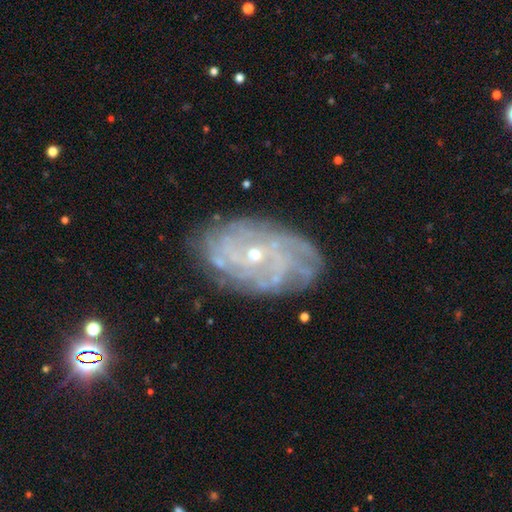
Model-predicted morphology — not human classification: A featured or disk galaxy (81%) with no bar (69%), tight (67%) spiral arms (93%) and a small central bulge (77%). Merging: none (80%).